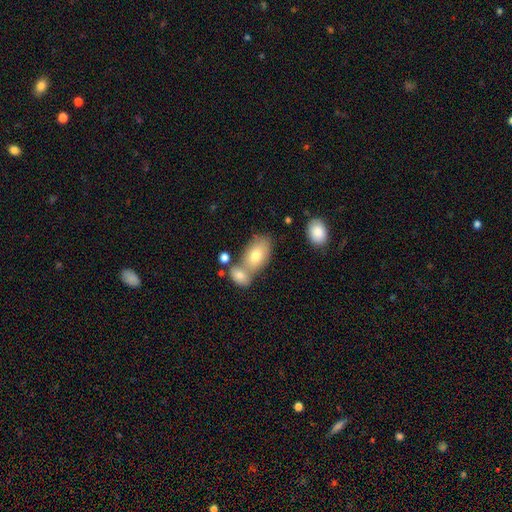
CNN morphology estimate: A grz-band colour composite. It shows a smooth galaxy with no disk features (75%) that is in between round and cigar-shaped (90%). Merging: none (44%).